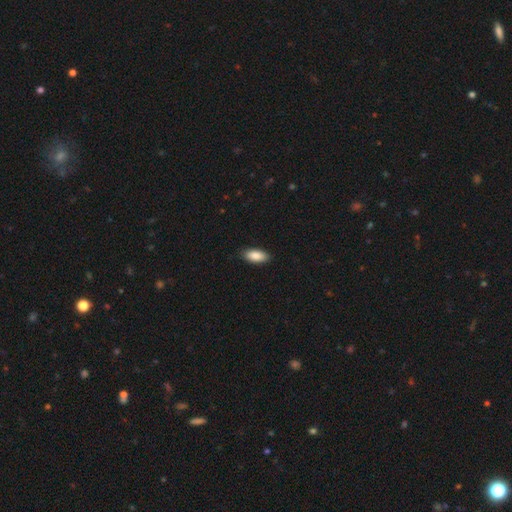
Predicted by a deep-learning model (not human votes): Smooth or featured: smooth — 87% (featured or disk — 7%)
How rounded: in between — 90% (cigar-shaped — 8%)
Merging: none — 89% (minor disturbance — 9%)